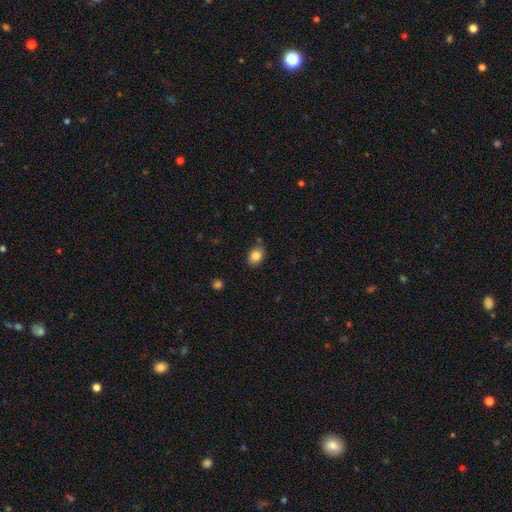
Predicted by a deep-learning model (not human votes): Smooth or featured? smooth (85%)
How rounded? in between (56%)
Merging? none (76%)